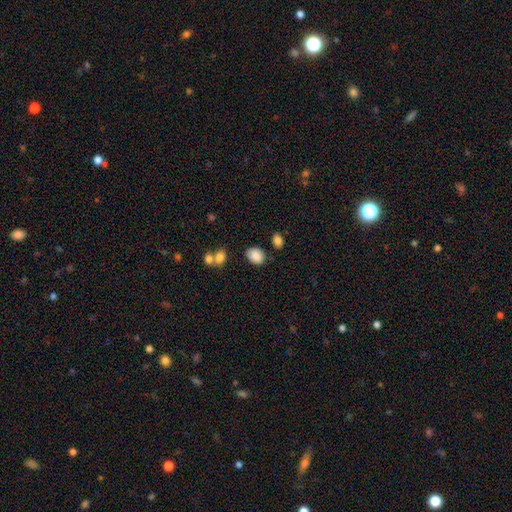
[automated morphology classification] Smooth or featured? Predicted: smooth (p=0.86). How rounded? Predicted: in between (p=0.67). Merging? Predicted: none (p=0.72).